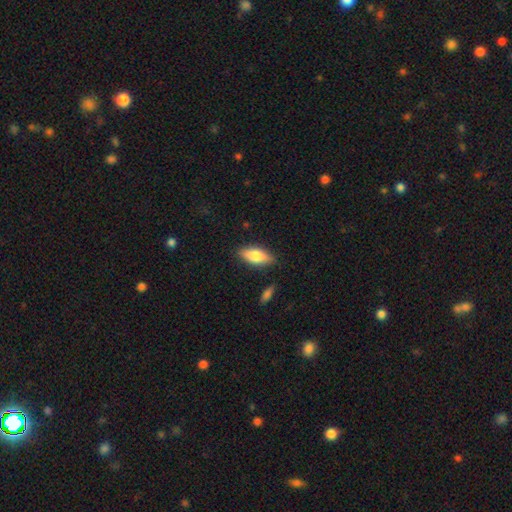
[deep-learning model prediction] The model was most divided on "smooth or featured": smooth: 70%, featured or disk: 24%, star or artifact: 7%. More confident: merging — none (84%); how rounded — in between (76%).